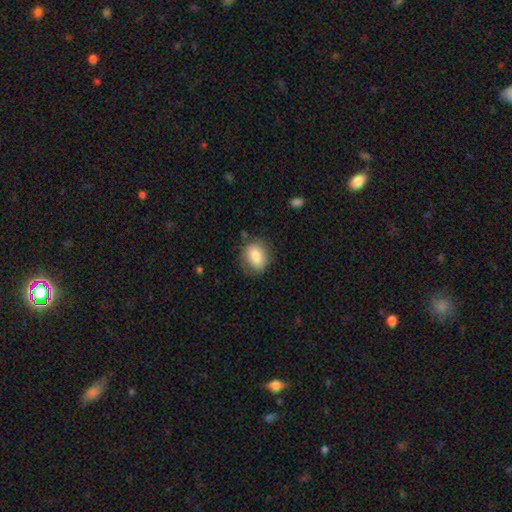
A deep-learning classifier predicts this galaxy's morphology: type=smooth (82%); roundness=in between (54%); merging=none (78%).